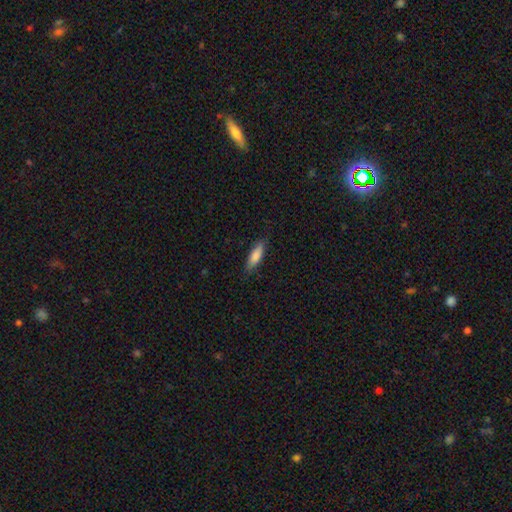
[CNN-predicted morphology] smooth_or_featured: smooth (p=0.81) [alt: featured or disk p=0.14]
how_rounded: cigar-shaped (p=0.51) [alt: in between p=0.47]
merging: none (p=0.82) [alt: minor disturbance p=0.14]